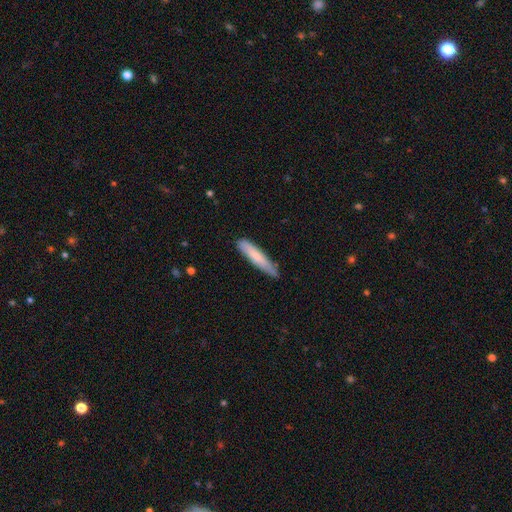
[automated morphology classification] A smooth galaxy with no disk features (74%) that is cigar-shaped (89%).

Vote fractions:
- Smooth or featured? smooth: 74% / featured or disk: 20% / star or artifact: 5%
- How rounded? cigar-shaped: 89% / in between: 9% / round: 1%
- Merging? none: 79% / minor disturbance: 18% / major disturbance: 2% / merger: 1%